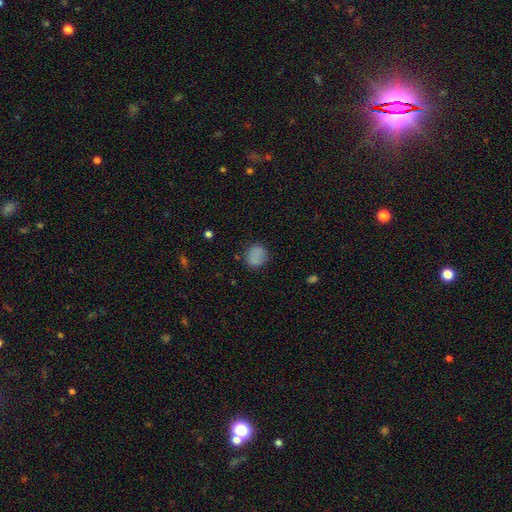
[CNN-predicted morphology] A smooth galaxy with no disk features (82%) that is round (81%). Merging: none (81%).